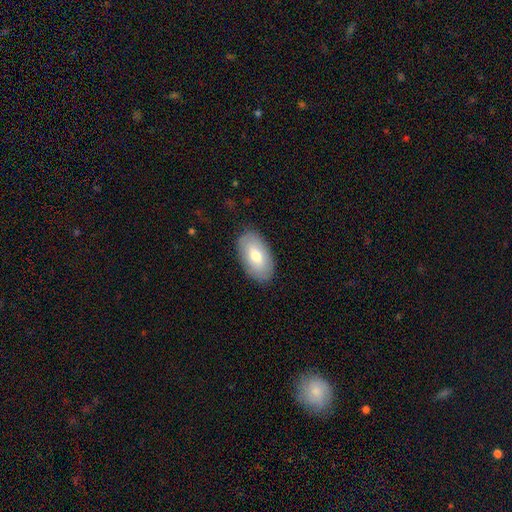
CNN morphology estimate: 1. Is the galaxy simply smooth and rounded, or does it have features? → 72% smooth, 21% featured or disk, 6% star or artifact.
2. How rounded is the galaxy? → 95% in between, 4% round, 2% cigar-shaped.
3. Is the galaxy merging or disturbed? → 86% none, 10% minor disturbance, 3% major disturbance, 1% merger.